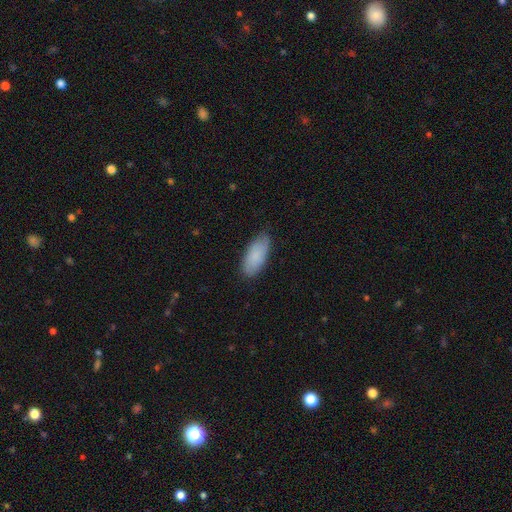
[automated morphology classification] smooth-or-featured: smooth: 84% | featured or disk: 10% | star or artifact: 6%
  how-rounded: in between: 88% | cigar-shaped: 10% | round: 2%
  merging: none: 78% | minor disturbance: 18% | major disturbance: 3% | merger: 1%